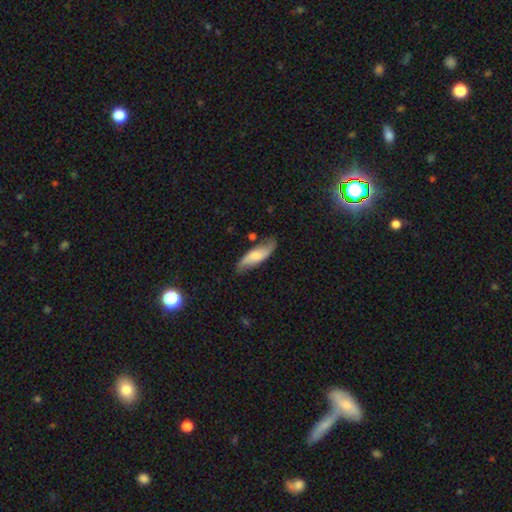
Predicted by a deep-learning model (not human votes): Smooth or featured: smooth — 48% (featured or disk — 46%)
Merging: none — 73% (minor disturbance — 20%)